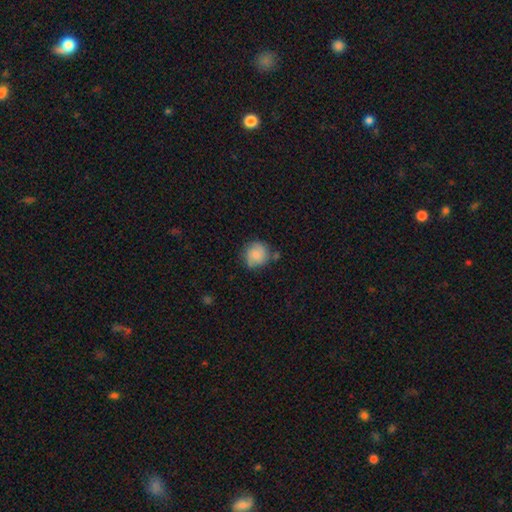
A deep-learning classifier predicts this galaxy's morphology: Smooth or featured: smooth — 75% (featured or disk — 17%)
How rounded: round — 87% (in between — 12%)
Merging: none — 64% (minor disturbance — 23%)